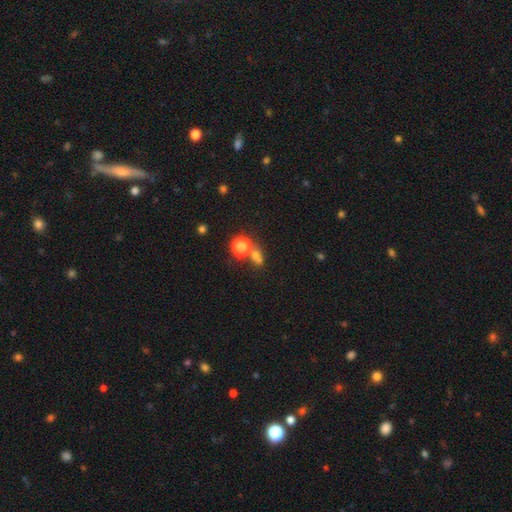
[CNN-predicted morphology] smooth-or-featured: smooth: 63% | star or artifact: 27% | featured or disk: 10%
  how-rounded: round: 62% | in between: 35% | cigar-shaped: 3%
  merging: none: 49% | merger: 34% | minor disturbance: 11% | major disturbance: 6%